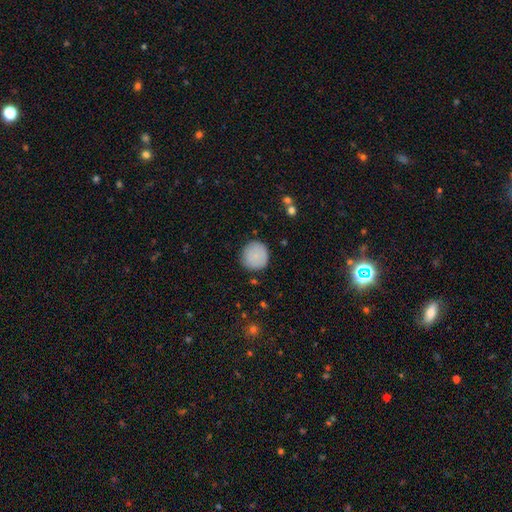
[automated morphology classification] smooth_or_featured: smooth (p=0.85) [alt: star or artifact p=0.08]
how_rounded: round (p=0.94) [alt: in between p=0.05]
merging: none (p=0.86) [alt: minor disturbance p=0.10]